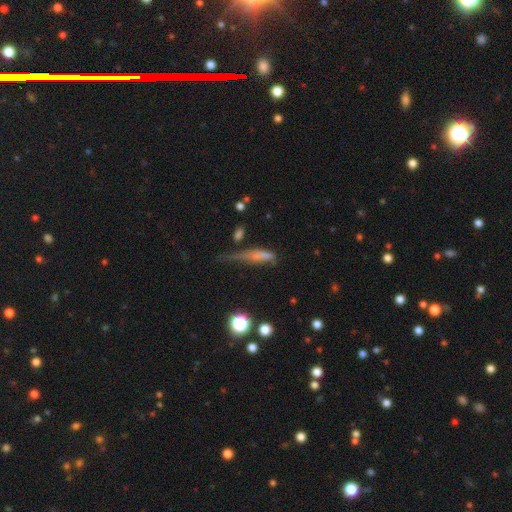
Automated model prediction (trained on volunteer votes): This is possibly a smooth galaxy (54%). How rounded: likely cigar-shaped (72%). Merging: marginally major disturbance (34%).